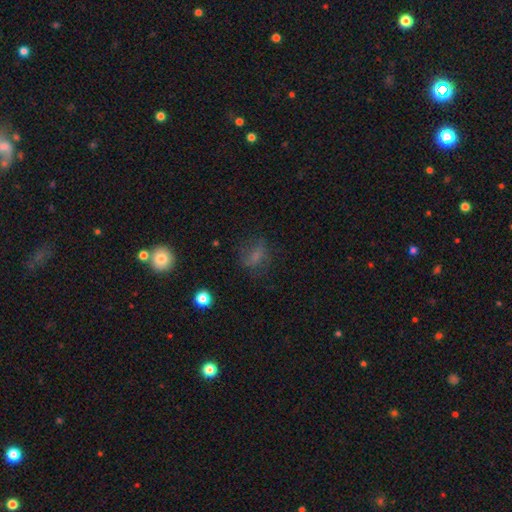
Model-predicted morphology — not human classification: smooth-or-featured: smooth: 59% | featured or disk: 21% | star or artifact: 20%
  how-rounded: in between: 59% | round: 35% | cigar-shaped: 5%
  merging: none: 58% | minor disturbance: 21% | major disturbance: 19% | merger: 2%